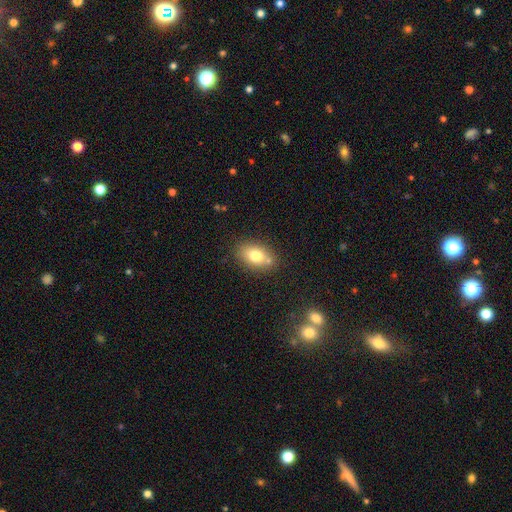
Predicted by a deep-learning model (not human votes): smooth 75%, featured or disk 15%, star or artifact 10%. Down the decision tree: how rounded — in between (82%); merging — none (72%).